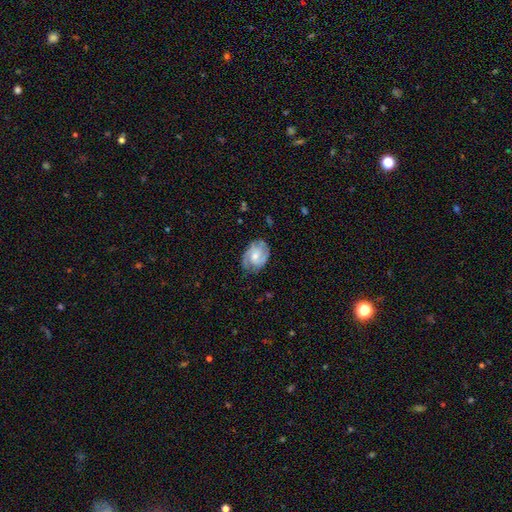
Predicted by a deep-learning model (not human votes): smooth_or_featured: featured or disk (p=0.75) [alt: smooth p=0.19]
disk_edge_on: no (p=0.97) [alt: yes p=0.03]
bar: no (p=0.50) [alt: weak p=0.42]
has_spiral_arms: yes (p=0.94) [alt: no p=0.06]
spiral_winding: tight (p=0.45) [alt: medium p=0.43]
spiral_arm_count: 2 (p=0.67) [alt: can't tell p=0.13]
bulge_size: moderate (p=0.53) [alt: small p=0.37]
merging: none (p=0.73) [alt: minor disturbance p=0.20]